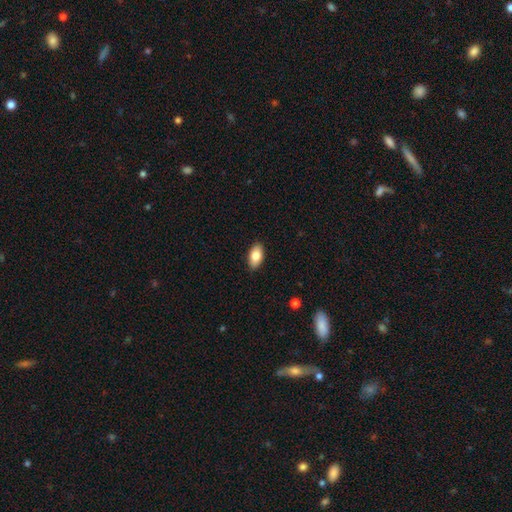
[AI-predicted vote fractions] Overall: smooth (81%). How rounded: in between (93%). Merging: none (89%).